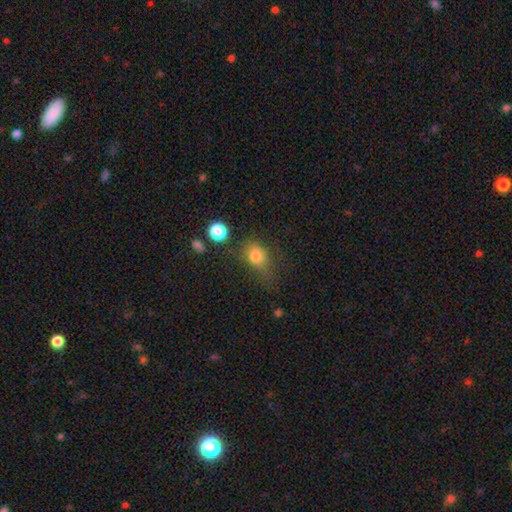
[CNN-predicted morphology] smooth 78%, star or artifact 12%, featured or disk 10%. Down the decision tree: how rounded — in between (56%); merging — none (47%).